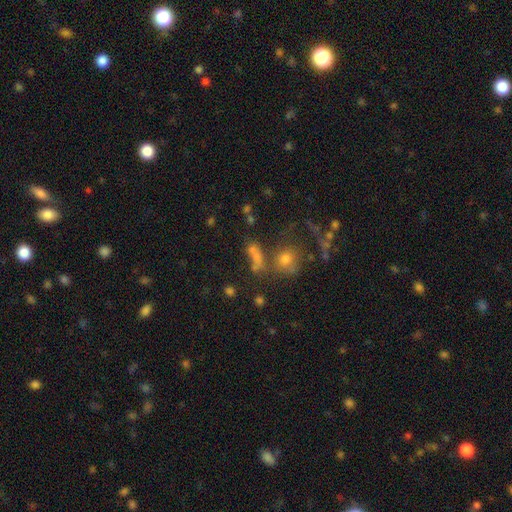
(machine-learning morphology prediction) smooth 62%, star or artifact 23%, featured or disk 14%. Down the decision tree: how rounded — in between (51%); merging — none (41%).